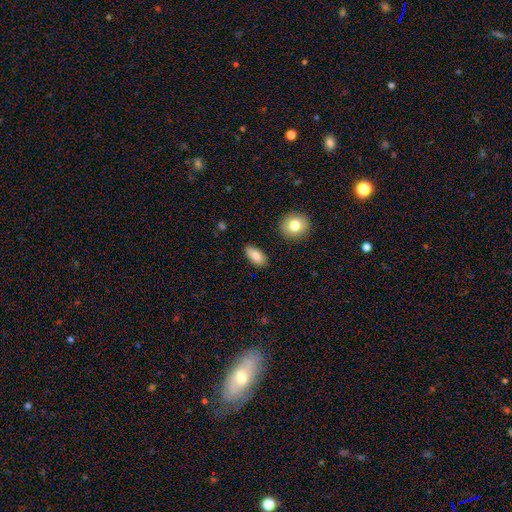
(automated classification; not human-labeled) A smooth galaxy with no disk features (83%) that is in between round and cigar-shaped (90%). Merging: none (84%).